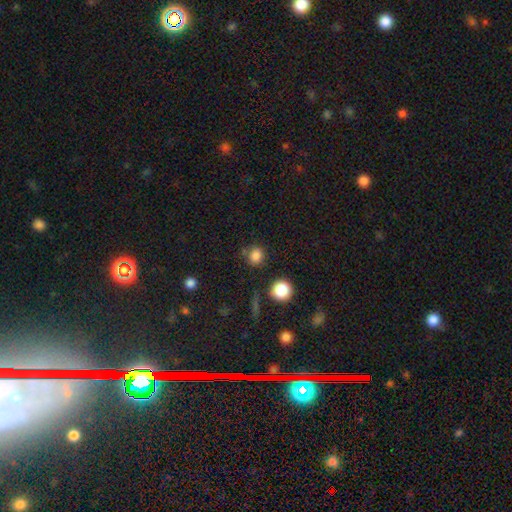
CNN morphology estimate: A smooth galaxy with no disk features (81%) that is round (78%).

Vote fractions:
- Smooth or featured? smooth: 81% / star or artifact: 14% / featured or disk: 5%
- How rounded? round: 78% / in between: 21% / cigar-shaped: 1%
- Merging? none: 78% / minor disturbance: 11% / merger: 7% / major disturbance: 4%